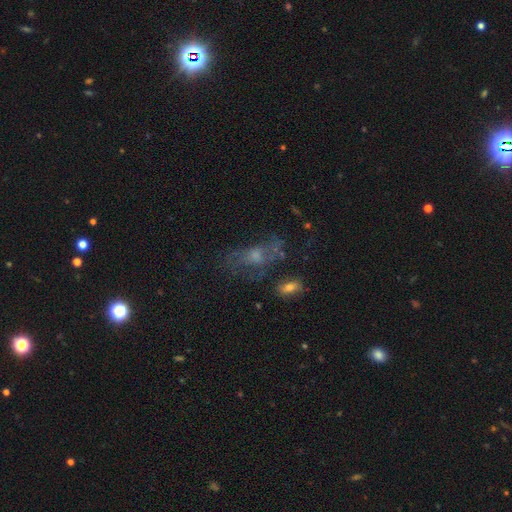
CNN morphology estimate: smooth_or_featured: featured or disk (p=0.48) [alt: smooth p=0.27]
merging: none (p=0.48) [alt: major disturbance p=0.22]